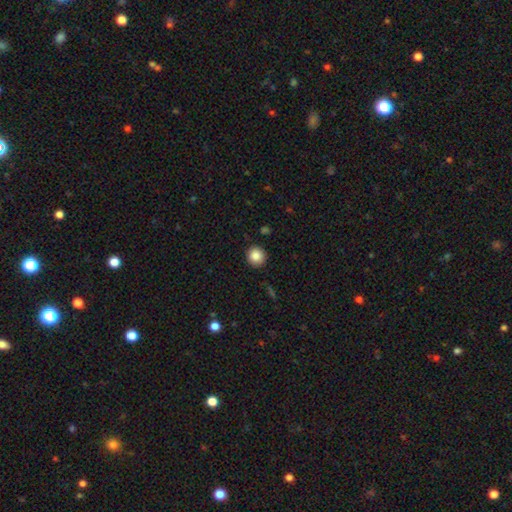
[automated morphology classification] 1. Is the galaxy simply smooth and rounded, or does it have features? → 87% smooth, 9% star or artifact, 4% featured or disk.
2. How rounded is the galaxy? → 93% round, 6% in between, 1% cigar-shaped.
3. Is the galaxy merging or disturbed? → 91% none, 6% minor disturbance, 2% major disturbance, 1% merger.